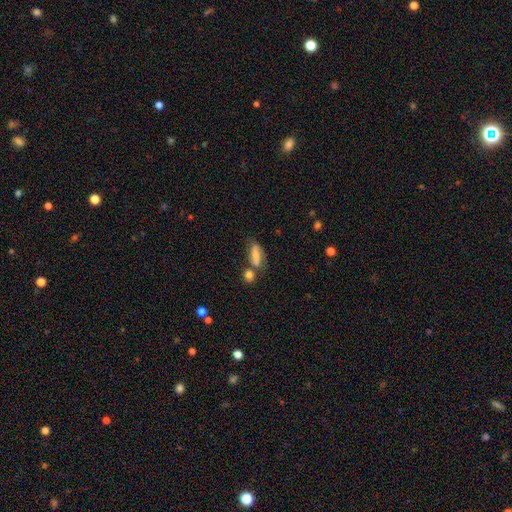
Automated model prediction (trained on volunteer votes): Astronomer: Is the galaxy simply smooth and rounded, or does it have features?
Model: smooth — 60%.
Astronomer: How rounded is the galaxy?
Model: in between — 64%.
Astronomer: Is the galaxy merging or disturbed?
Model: none — 51%.